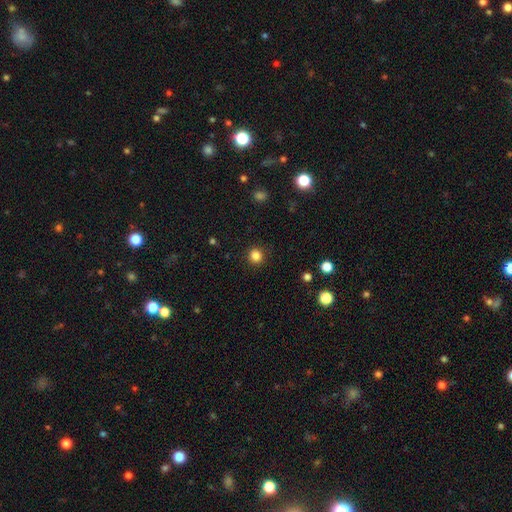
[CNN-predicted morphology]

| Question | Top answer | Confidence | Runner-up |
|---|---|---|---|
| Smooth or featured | smooth | 84% | star or artifact (12%) |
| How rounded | round | 92% | in between (7%) |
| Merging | none | 90% | minor disturbance (7%) |